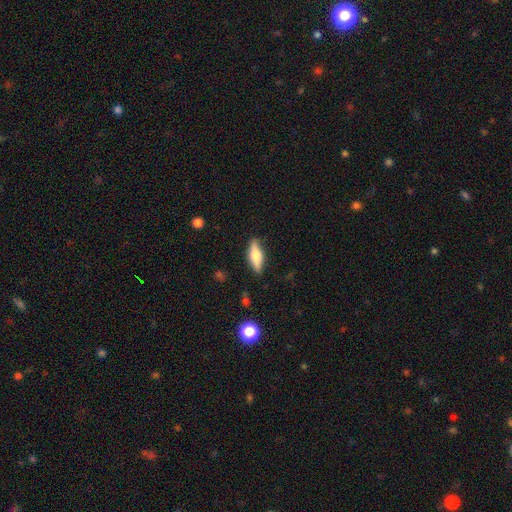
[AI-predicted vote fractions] This is possibly a smooth galaxy (47%). Merging: clearly none (85%).